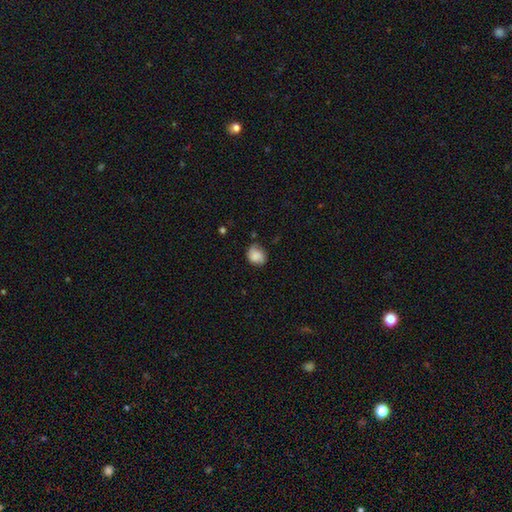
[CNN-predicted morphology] This is likely a smooth galaxy (72%). How rounded: possibly round (56%). Merging: possibly none (59%).